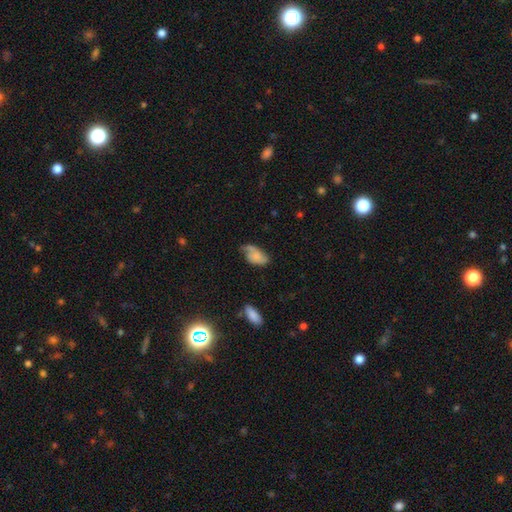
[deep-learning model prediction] Morphology: type=smooth (54%); roundness=in between (91%); merging=none (41%).